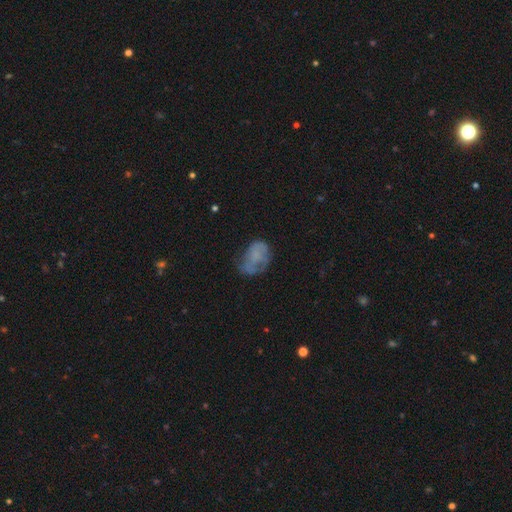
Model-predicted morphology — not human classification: This is possibly a smooth galaxy (48%). Merging: marginally none (38%).